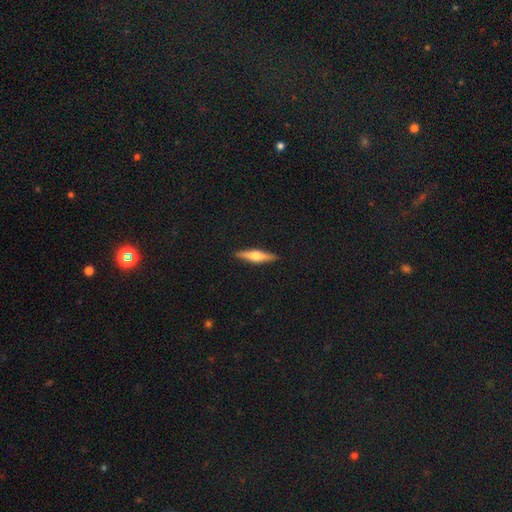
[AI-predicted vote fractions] The model was most divided on "smooth or featured": featured or disk: 57%, smooth: 37%, star or artifact: 6%. More confident: edge-on disk — yes (96%); edge-on bulge — rounded (91%); merging — none (91%).